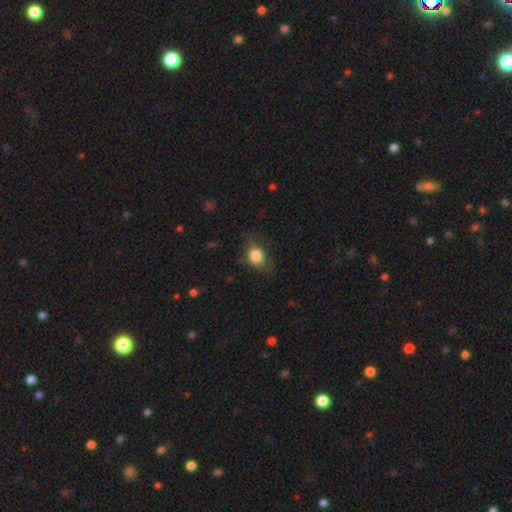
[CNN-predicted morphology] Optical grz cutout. It shows a smooth galaxy with no disk features (83%) that is in between round and cigar-shaped (60%). Merging: none (64%).